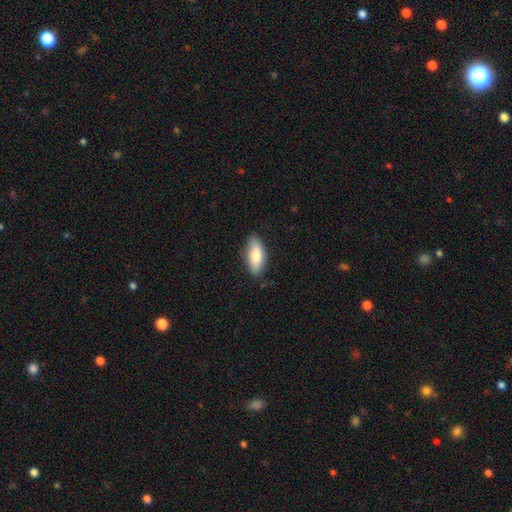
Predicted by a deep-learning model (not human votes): smooth_or_featured: smooth (p=0.75) [alt: featured or disk p=0.19]
how_rounded: in between (p=0.77) [alt: cigar-shaped p=0.20]
merging: none (p=0.83) [alt: minor disturbance p=0.13]